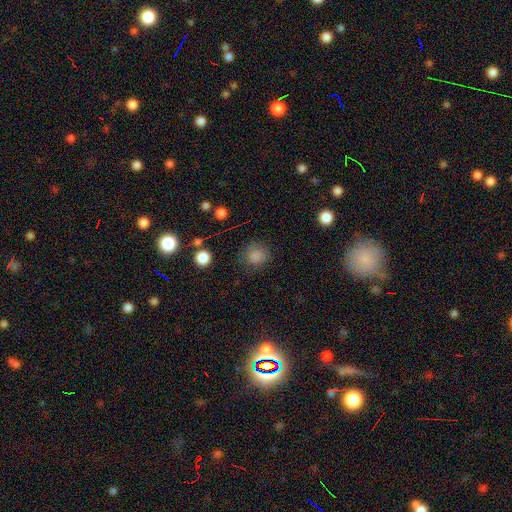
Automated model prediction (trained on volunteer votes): The model was most divided on "merging": none: 74%, minor disturbance: 17%, major disturbance: 7%, merger: 2%. More confident: how rounded — round (83%); smooth or featured — smooth (81%).